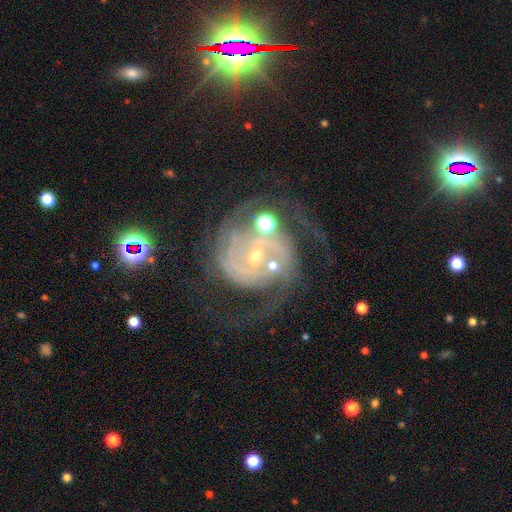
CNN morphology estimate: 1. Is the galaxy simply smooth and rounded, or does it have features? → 86% featured or disk, 8% star or artifact, 6% smooth.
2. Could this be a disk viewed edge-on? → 98% no, 2% yes.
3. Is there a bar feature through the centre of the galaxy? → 62% no, 28% weak, 10% strong.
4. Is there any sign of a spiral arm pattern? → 96% yes, 4% no.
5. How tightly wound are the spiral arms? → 47% tight, 39% medium, 13% loose.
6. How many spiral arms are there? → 53% 2, 16% can't tell, 15% 3, 6% 4, 5% 1, 5% more than 4.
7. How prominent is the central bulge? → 67% small, 28% moderate, 2% none, 2% large, 1% dominant.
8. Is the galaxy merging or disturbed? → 51% none, 20% major disturbance, 17% minor disturbance, 12% merger.